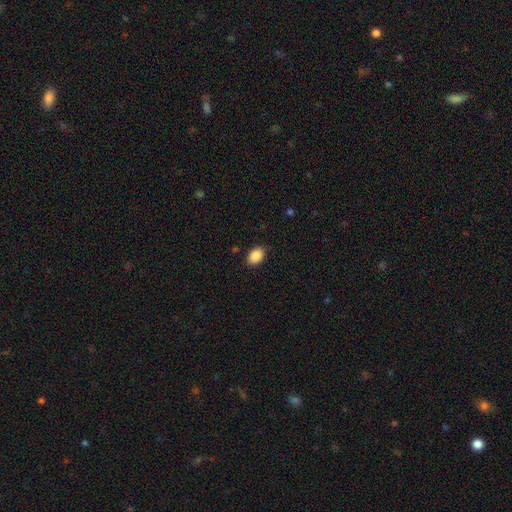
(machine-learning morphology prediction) smooth-or-featured: smooth: 89% | star or artifact: 8% | featured or disk: 3%
  how-rounded: in between: 80% | round: 19% | cigar-shaped: 1%
  merging: none: 85% | minor disturbance: 12% | major disturbance: 2% | merger: 1%